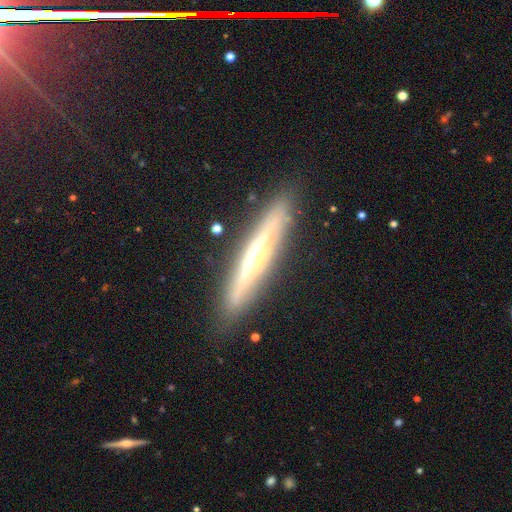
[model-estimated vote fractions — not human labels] Overall: featured or disk (73%). Edge-on disk: yes (91%). Edge-on bulge: rounded (73%). Merging: none (87%).